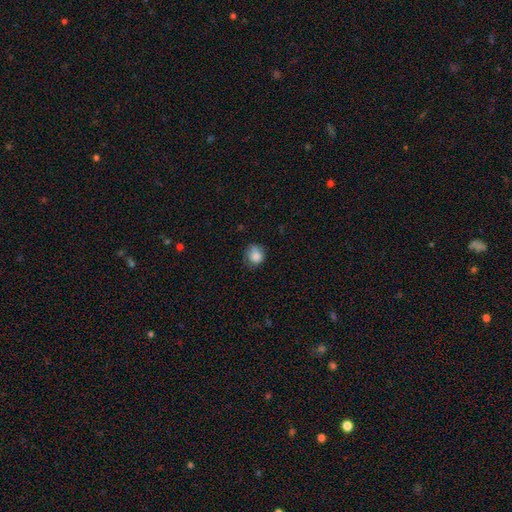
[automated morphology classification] smooth_or_featured: smooth (p=0.83) [alt: star or artifact p=0.10]
how_rounded: round (p=0.77) [alt: in between p=0.22]
merging: none (p=0.60) [alt: minor disturbance p=0.30]